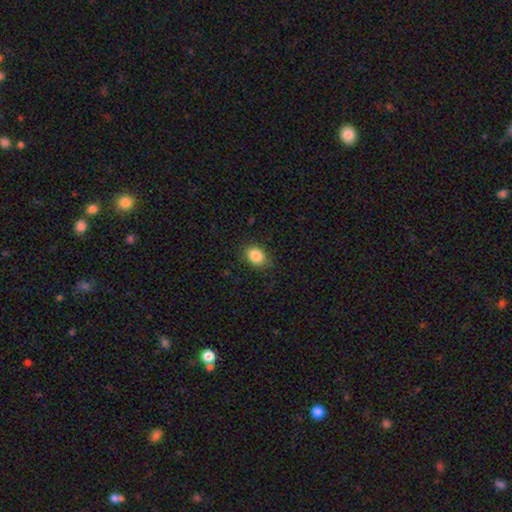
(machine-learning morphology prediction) Smooth or featured?
  - smooth: 86% *
  - star or artifact: 9%
  - featured or disk: 5%
How rounded?
  - in between: 62% *
  - round: 37%
  - cigar-shaped: 1%
Merging?
  - none: 83% *
  - minor disturbance: 13%
  - major disturbance: 3%
  - merger: 1%